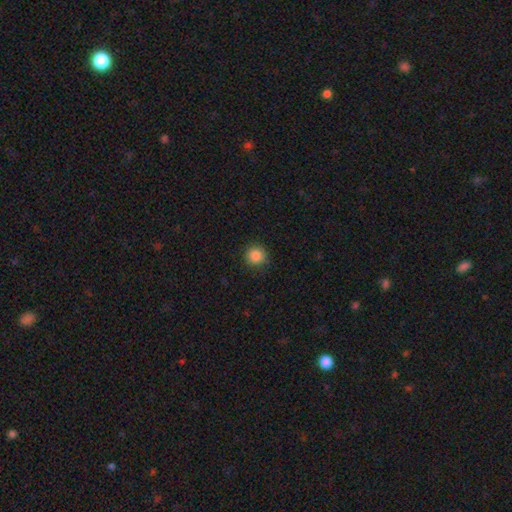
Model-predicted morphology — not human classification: This is clearly a smooth galaxy (86%). How rounded: clearly round (93%). Merging: clearly none (88%).